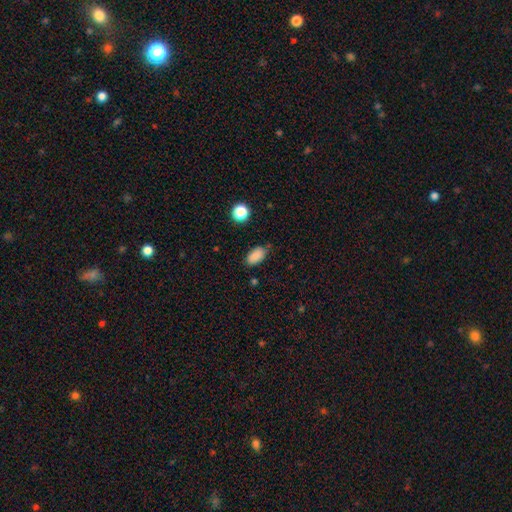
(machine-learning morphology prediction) Q: Smooth or featured?
A: smooth (86%); runner-up: star or artifact (9%)
Q: How rounded?
A: in between (92%); runner-up: round (6%)
Q: Merging?
A: none (78%); runner-up: minor disturbance (17%)